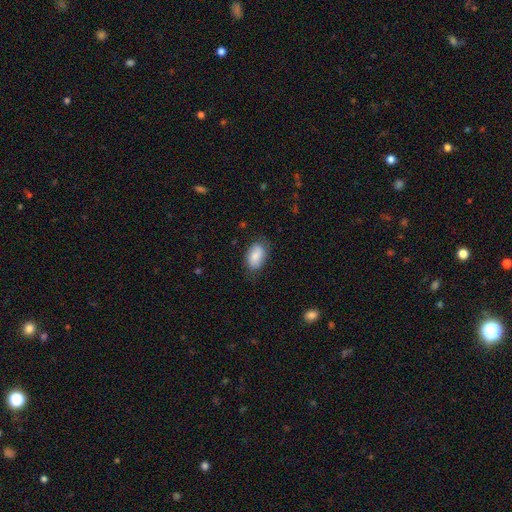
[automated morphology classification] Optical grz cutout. It shows a smooth galaxy with no disk features (76%) that is in between round and cigar-shaped (91%). Merging: none (75%).